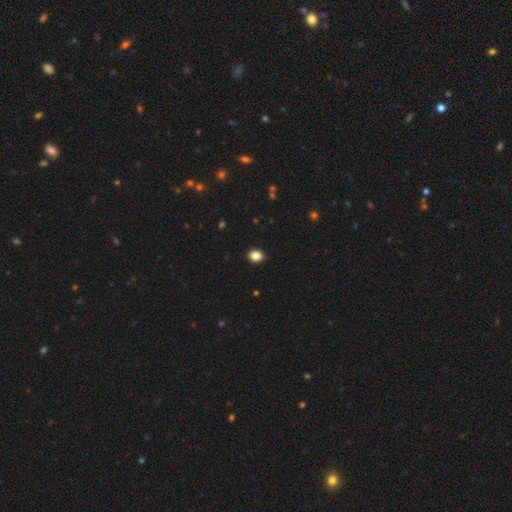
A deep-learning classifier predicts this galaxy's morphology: Q: Smooth or featured?
A: smooth (87%); runner-up: star or artifact (10%)
Q: How rounded?
A: round (51%); runner-up: in between (48%)
Q: Merging?
A: none (92%); runner-up: minor disturbance (6%)